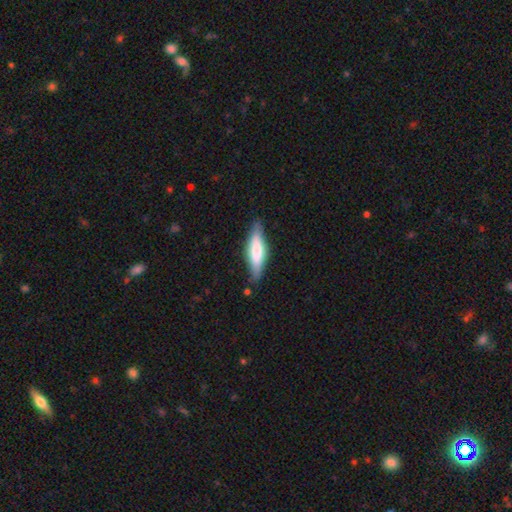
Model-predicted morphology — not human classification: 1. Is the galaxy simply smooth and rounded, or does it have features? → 58% smooth, 37% featured or disk, 6% star or artifact.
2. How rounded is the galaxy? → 64% cigar-shaped, 35% in between, 2% round.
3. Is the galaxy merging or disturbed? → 80% none, 15% minor disturbance, 3% major disturbance, 2% merger.